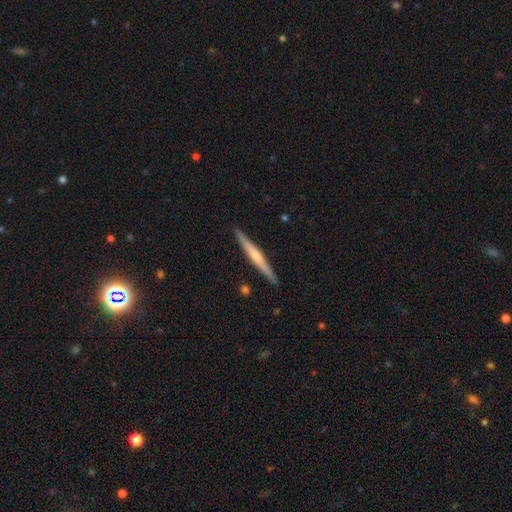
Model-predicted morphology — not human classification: Smooth or featured? featured or disk (58%)
Edge-on disk? yes (98%)
Edge-on bulge? rounded (56%)
Merging? none (92%)